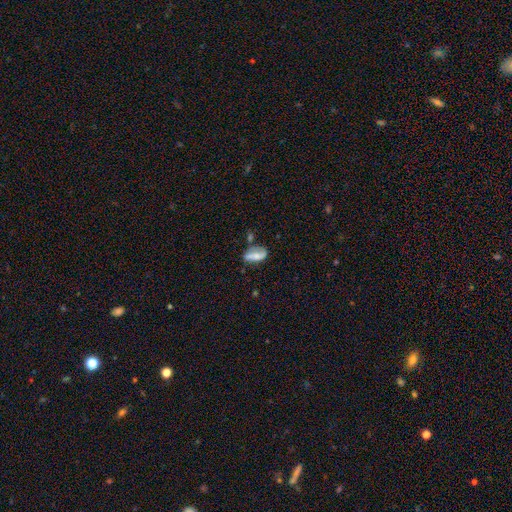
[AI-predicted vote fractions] A smooth galaxy with no disk features (48%). Merging: none (48%).